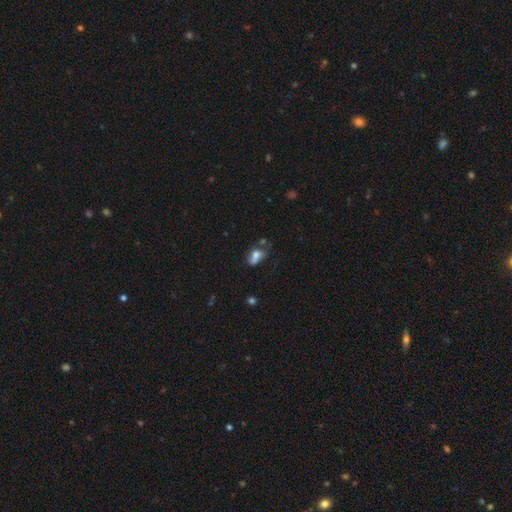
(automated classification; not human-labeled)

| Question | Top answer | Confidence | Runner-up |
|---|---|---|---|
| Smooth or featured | smooth | 67% | featured or disk (22%) |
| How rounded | in between | 82% | round (14%) |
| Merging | none | 30% | minor disturbance (26%) |